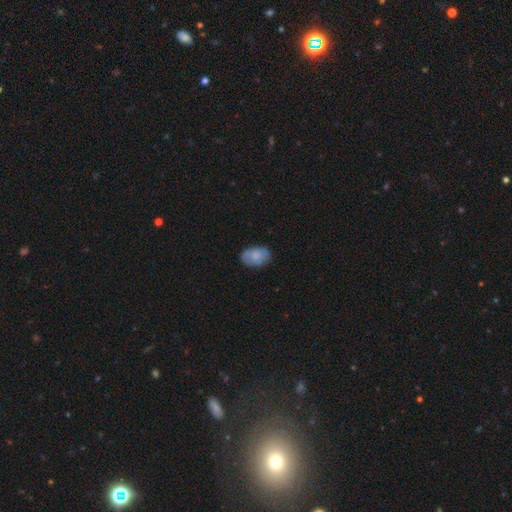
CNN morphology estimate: Smooth or featured?
  - smooth: 76% *
  - featured or disk: 17%
  - star or artifact: 7%
How rounded?
  - in between: 86% *
  - round: 13%
  - cigar-shaped: 1%
Merging?
  - none: 79% *
  - minor disturbance: 17%
  - major disturbance: 3%
  - merger: 1%